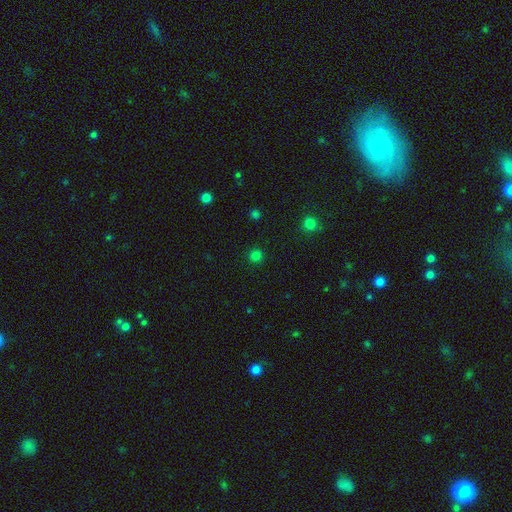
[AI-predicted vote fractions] Morphology: type=smooth (78%); roundness=round (94%); merging=none (91%).